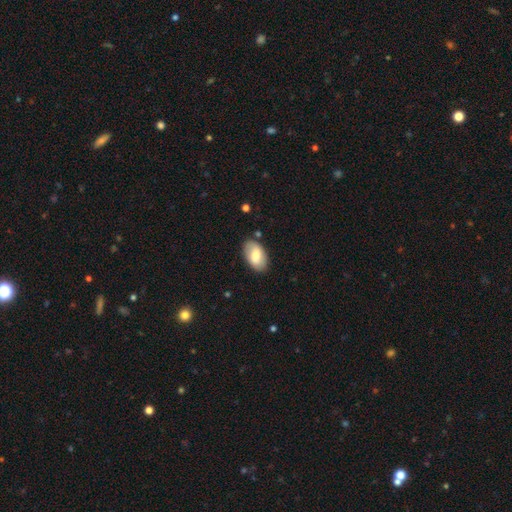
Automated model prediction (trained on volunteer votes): Smooth or featured? Predicted: smooth (p=0.73). How rounded? Predicted: in between (p=0.94). Merging? Predicted: none (p=0.82).